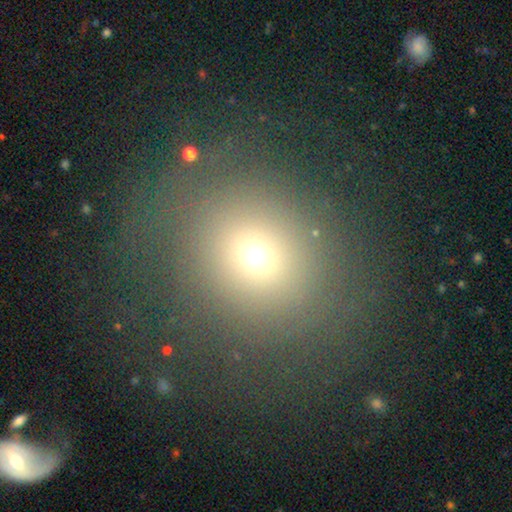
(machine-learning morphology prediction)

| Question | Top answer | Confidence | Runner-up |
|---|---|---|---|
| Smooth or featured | smooth | 65% | star or artifact (22%) |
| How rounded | round | 83% | in between (16%) |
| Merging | none | 74% | major disturbance (12%) |